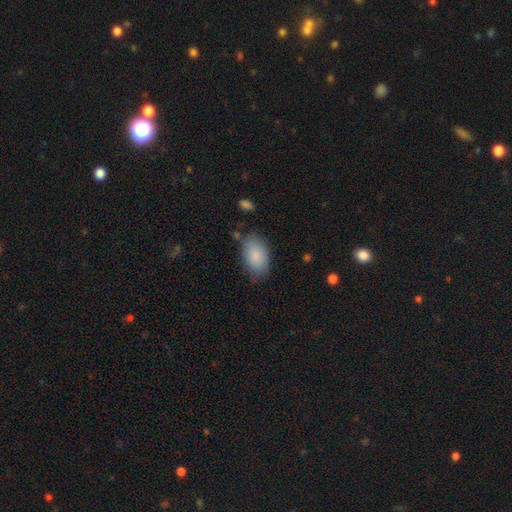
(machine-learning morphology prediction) A smooth galaxy with no disk features (86%) that is in between round and cigar-shaped (93%).

Vote fractions:
- Smooth or featured? smooth: 86% / featured or disk: 8% / star or artifact: 6%
- How rounded? in between: 93% / round: 5% / cigar-shaped: 2%
- Merging? none: 74% / minor disturbance: 19% / major disturbance: 5% / merger: 3%